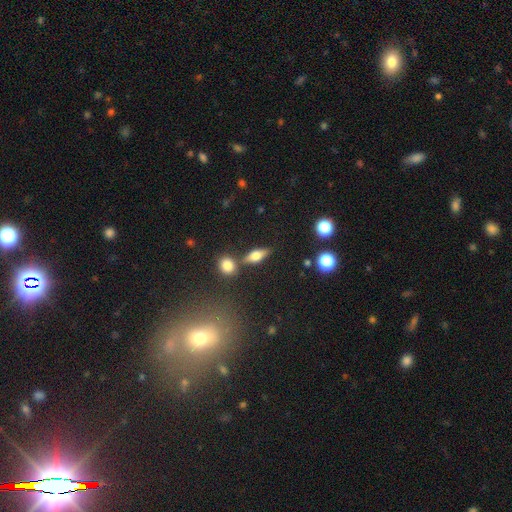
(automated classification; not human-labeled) The model was most divided on "smooth or featured": smooth: 51%, featured or disk: 39%, star or artifact: 10%. More confident: merging — none (73%); how rounded — in between (61%).